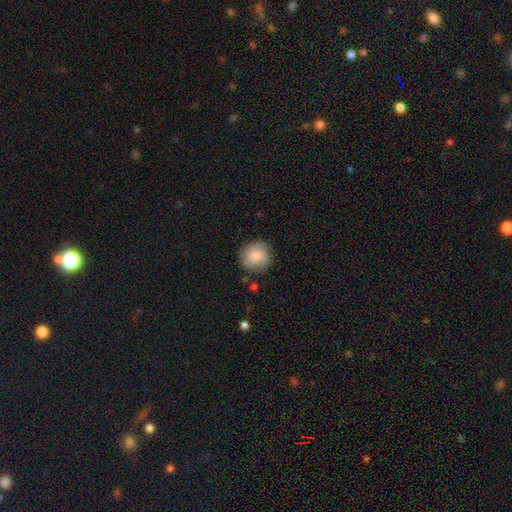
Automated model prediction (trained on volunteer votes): Morphology: type=smooth (79%); roundness=round (91%); merging=none (83%).